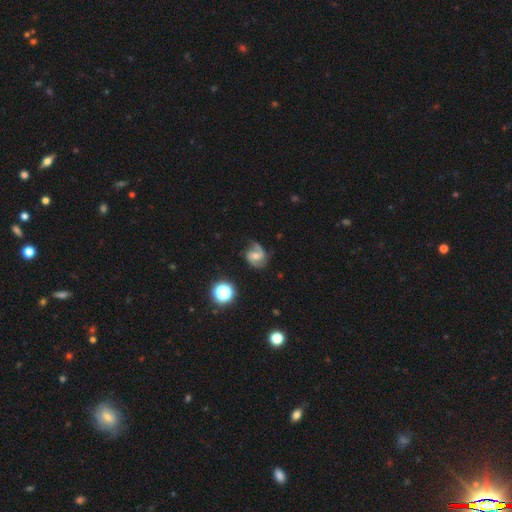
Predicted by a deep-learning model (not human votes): This is likely a featured or disk galaxy (76%). It is clearly not viewed edge-on (98%). Bar: possibly weak (47%). Spiral arm pattern: clearly yes (95%). Spiral arm count: likely 2 (74%). Spiral winding: possibly medium (51%). Central bulge: possibly moderate (47%). Merging: likely none (63%).